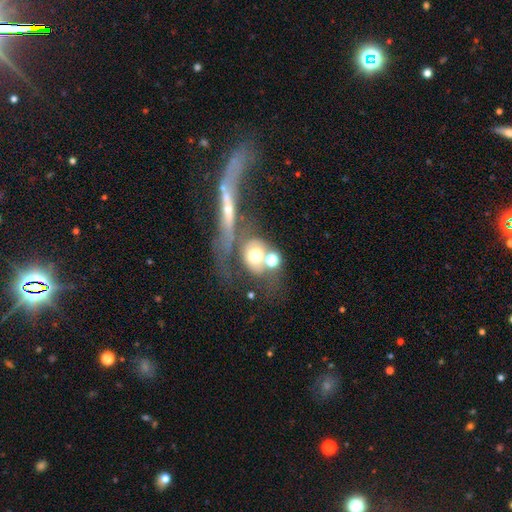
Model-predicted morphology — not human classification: smooth 51%, featured or disk 37%, star or artifact 12%. Down the decision tree: how rounded — round (63%); merging — merger (46%).